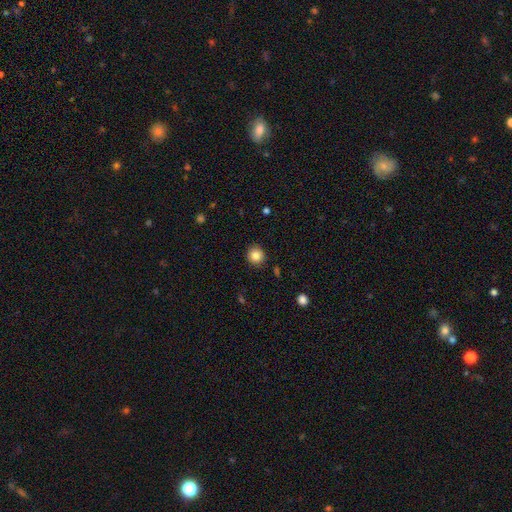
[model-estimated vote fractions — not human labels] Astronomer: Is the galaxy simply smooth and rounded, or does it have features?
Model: smooth — 84%.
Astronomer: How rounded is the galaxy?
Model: round — 92%.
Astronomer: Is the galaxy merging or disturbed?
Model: none — 91%.